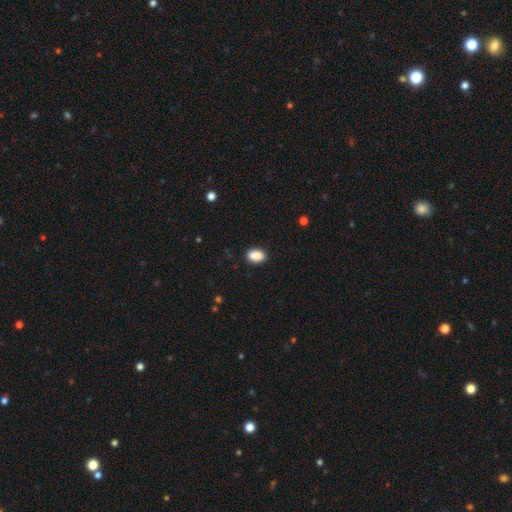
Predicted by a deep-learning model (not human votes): This appears to be a smooth galaxy with no disk features (89%) that is in between round and cigar-shaped (89%). Merging: none (88%).